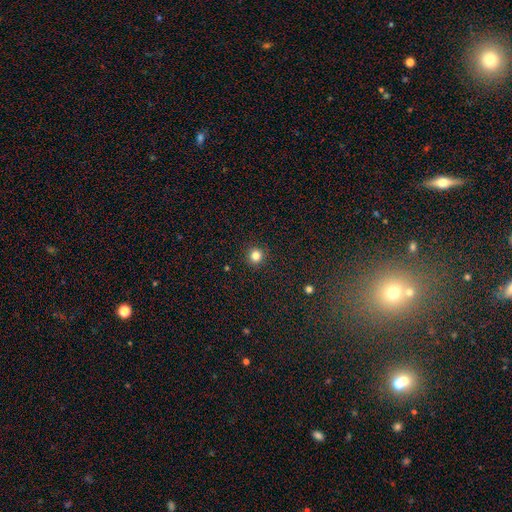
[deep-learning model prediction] smooth_or_featured: smooth (p=0.82) [alt: star or artifact p=0.13]
how_rounded: round (p=0.94) [alt: in between p=0.05]
merging: none (p=0.92) [alt: minor disturbance p=0.05]